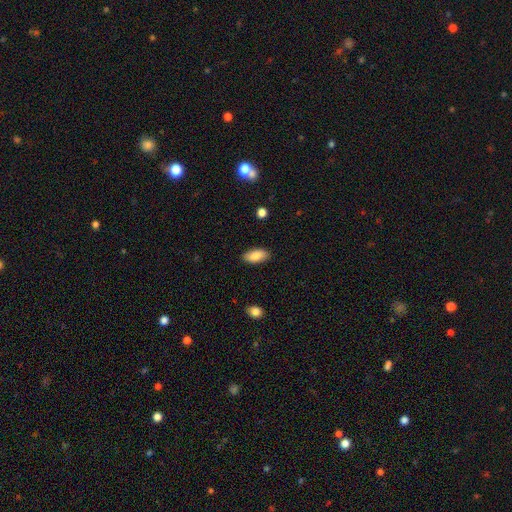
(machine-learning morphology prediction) smooth-or-featured: smooth: 86% | featured or disk: 7% | star or artifact: 7%
  how-rounded: in between: 91% | cigar-shaped: 7% | round: 2%
  merging: none: 88% | minor disturbance: 9% | major disturbance: 2% | merger: 1%